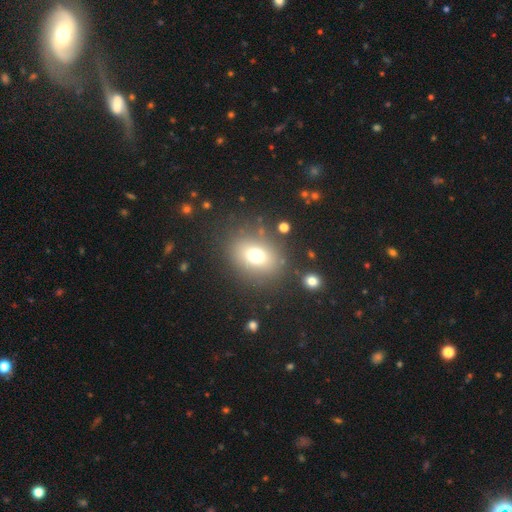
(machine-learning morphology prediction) Overall: smooth (72%). How rounded: in between (53%; round 46%). Merging: none (80%).